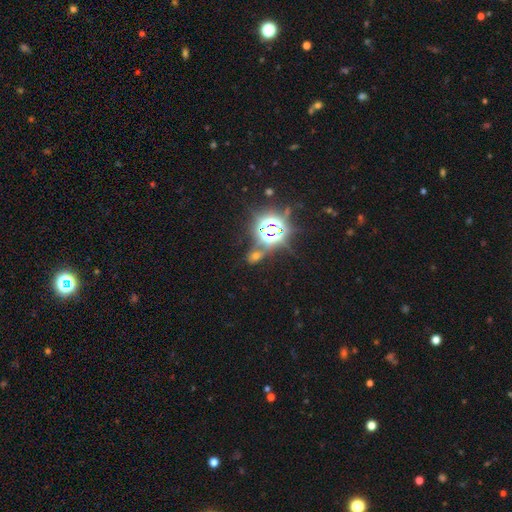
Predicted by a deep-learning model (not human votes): Morphology: type=star or artifact (58%).